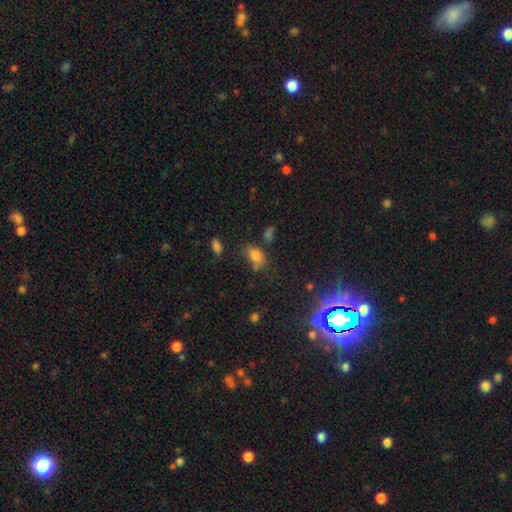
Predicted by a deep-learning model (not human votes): smooth 76%, star or artifact 15%, featured or disk 10%. Down the decision tree: how rounded — in between (83%); merging — none (56%).